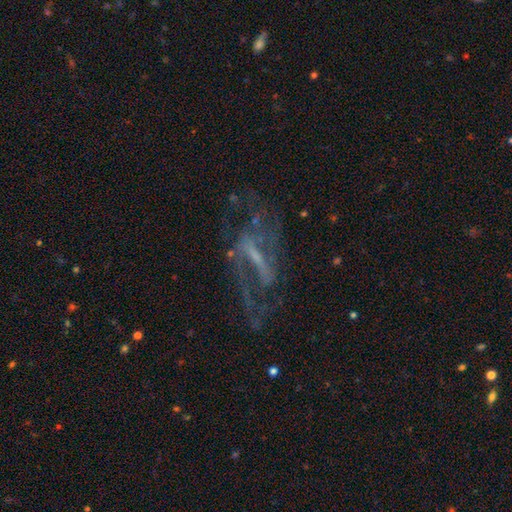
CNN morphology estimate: Smooth or featured?
  - featured or disk: 77% *
  - star or artifact: 12%
  - smooth: 10%
Edge-on disk?
  - no: 83% *
  - yes: 17%
Bar?
  - strong: 54% *
  - weak: 30%
  - no: 15%
Spiral arms?
  - yes: 76% *
  - no: 24%
Bulge size?
  - small: 43% *
  - none: 34%
  - moderate: 19%
  - large: 3%
  - dominant: 1%
Merging?
  - none: 53% *
  - major disturbance: 28%
  - minor disturbance: 16%
  - merger: 3%